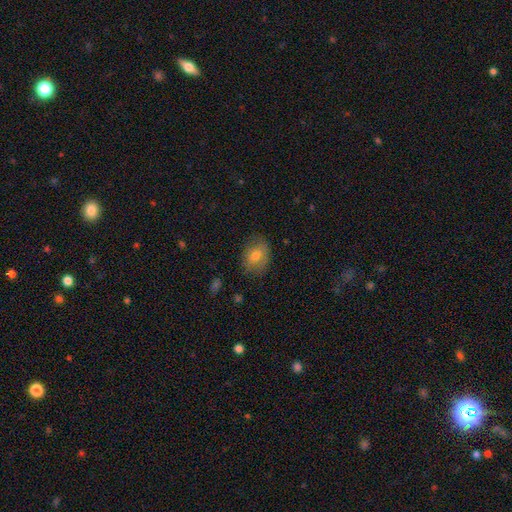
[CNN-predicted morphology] Smooth or featured? Predicted: smooth (p=0.73). How rounded? Predicted: in between (p=0.63). Merging? Predicted: none (p=0.80).